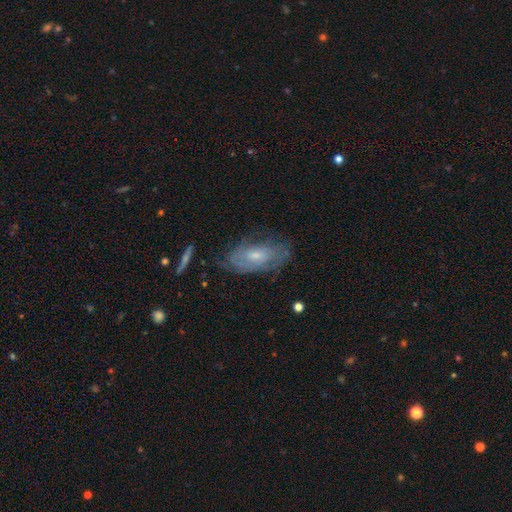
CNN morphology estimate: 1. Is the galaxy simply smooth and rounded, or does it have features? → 56% featured or disk, 37% smooth, 8% star or artifact.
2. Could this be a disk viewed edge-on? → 89% no, 11% yes.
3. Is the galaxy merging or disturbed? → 66% none, 23% minor disturbance, 10% major disturbance, 2% merger.